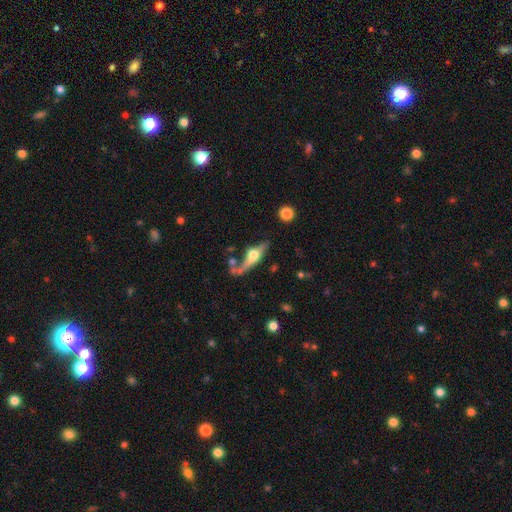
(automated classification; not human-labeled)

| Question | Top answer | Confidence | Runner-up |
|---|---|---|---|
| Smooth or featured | featured or disk | 69% | smooth (24%) |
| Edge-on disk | yes | 88% | no (12%) |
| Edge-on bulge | rounded | 94% | boxy (3%) |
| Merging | none | 53% | minor disturbance (19%) |